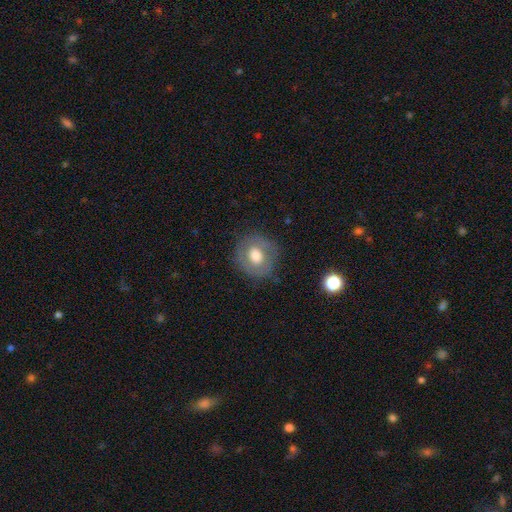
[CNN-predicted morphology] Q: Smooth or featured?
A: smooth (63%); runner-up: featured or disk (29%)
Q: How rounded?
A: round (81%); runner-up: in between (18%)
Q: Merging?
A: none (79%); runner-up: minor disturbance (14%)